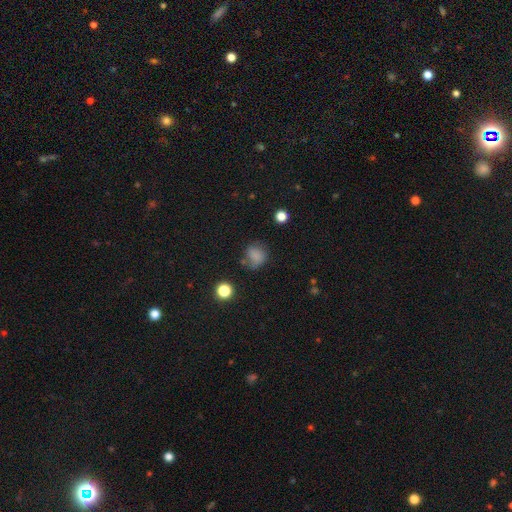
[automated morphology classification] Smooth or featured?
  - smooth: 78% *
  - star or artifact: 14%
  - featured or disk: 9%
How rounded?
  - round: 70% *
  - in between: 29%
  - cigar-shaped: 1%
Merging?
  - none: 61% *
  - minor disturbance: 24%
  - major disturbance: 10%
  - merger: 5%